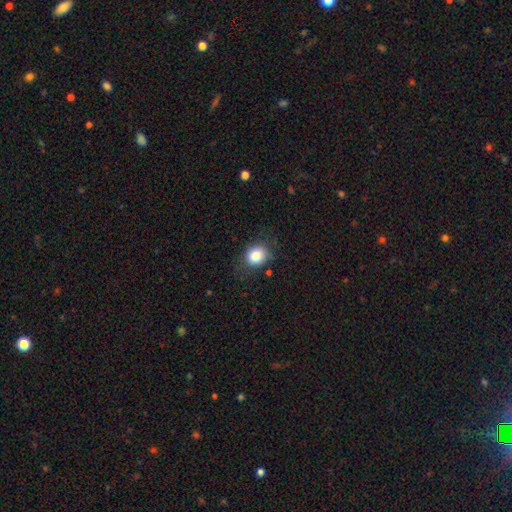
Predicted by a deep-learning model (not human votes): This is clearly a smooth galaxy (83%). How rounded: likely round (63%). Merging: likely none (77%).